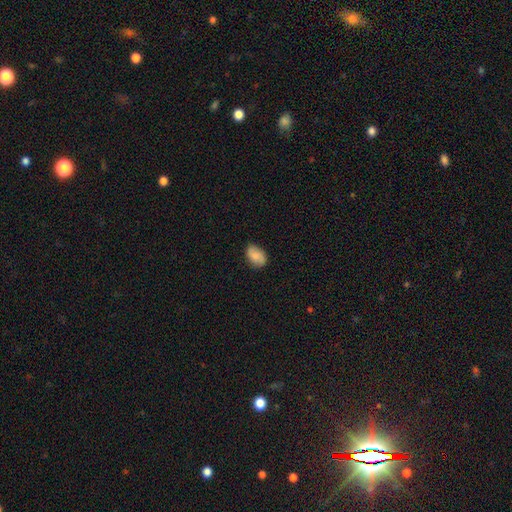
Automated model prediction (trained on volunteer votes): Smooth or featured: smooth — 78% (featured or disk — 14%)
How rounded: in between — 85% (round — 14%)
Merging: none — 79% (minor disturbance — 17%)